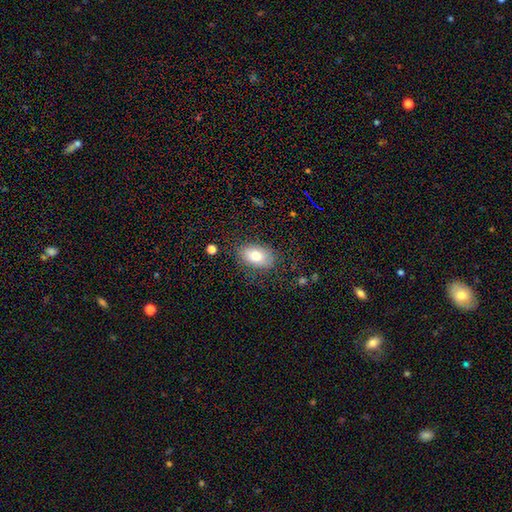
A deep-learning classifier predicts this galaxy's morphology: Q: Smooth or featured?
A: smooth (77%); runner-up: featured or disk (14%)
Q: How rounded?
A: in between (87%); runner-up: round (11%)
Q: Merging?
A: none (79%); runner-up: minor disturbance (14%)